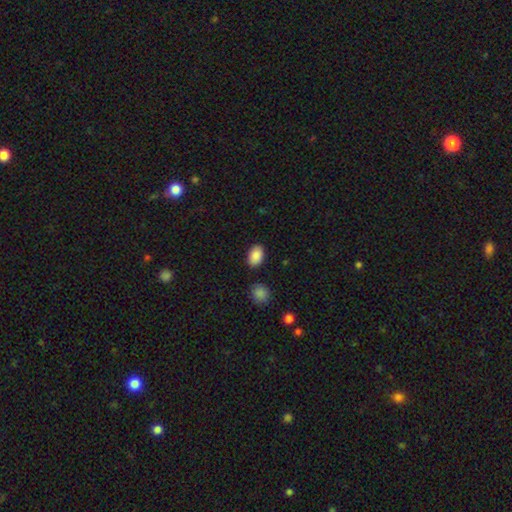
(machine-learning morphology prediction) The model was most divided on "merging": none: 86%, minor disturbance: 9%, merger: 2%, major disturbance: 2%. More confident: smooth or featured — smooth (89%); how rounded — in between (88%).